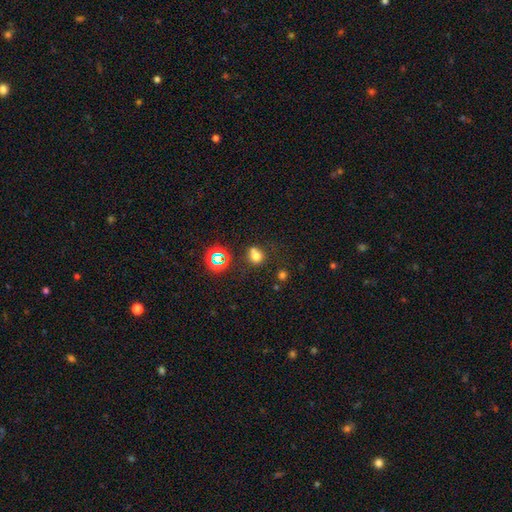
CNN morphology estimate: A smooth galaxy with no disk features (67%) that is round (68%). Merging: none (51%).